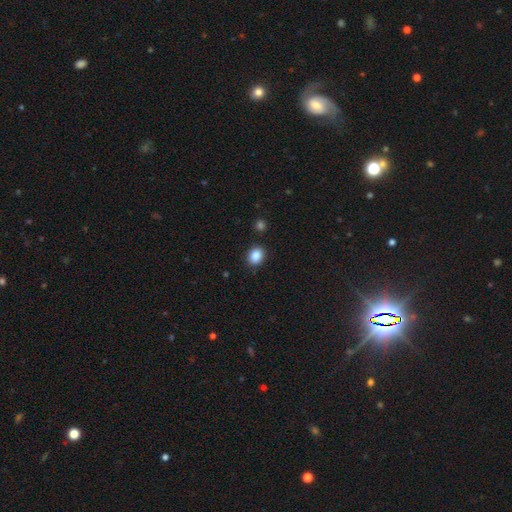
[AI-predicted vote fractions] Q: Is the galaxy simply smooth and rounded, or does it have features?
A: smooth — 87%.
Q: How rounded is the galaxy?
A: in between — 54%.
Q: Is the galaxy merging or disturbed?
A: none — 87%.